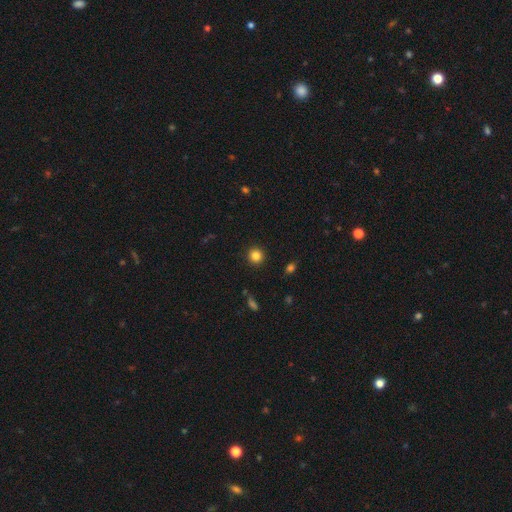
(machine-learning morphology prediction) Smooth or featured: smooth — 84% (star or artifact — 12%)
How rounded: round — 94% (in between — 5%)
Merging: none — 92% (minor disturbance — 5%)